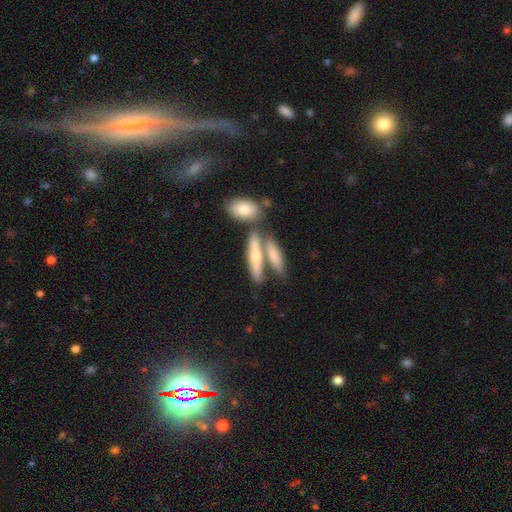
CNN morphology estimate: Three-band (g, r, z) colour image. It shows a smooth galaxy with no disk features (61%) that is cigar-shaped (66%). Merging: none (48%).